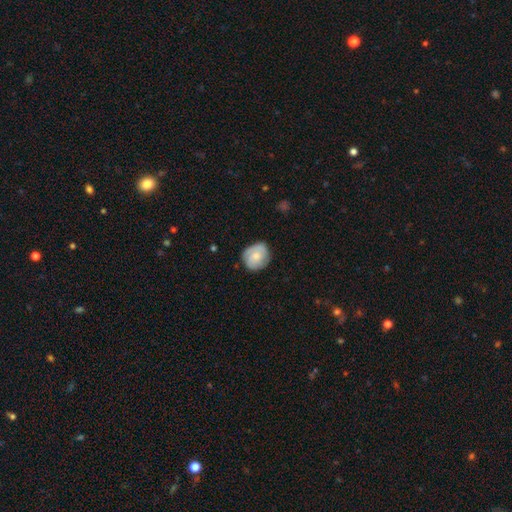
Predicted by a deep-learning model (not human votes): A smooth galaxy with no disk features (58%) that is round (76%). Merging: none (73%).